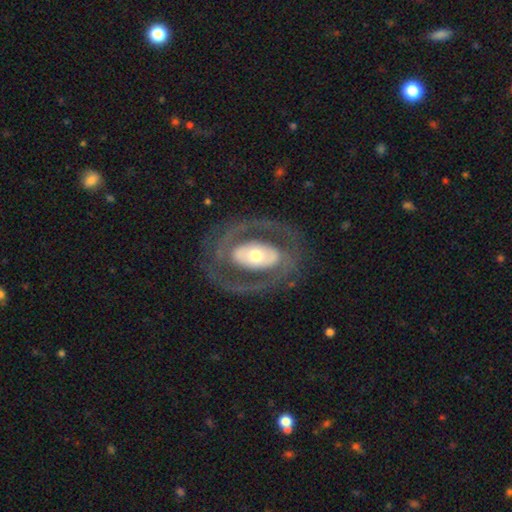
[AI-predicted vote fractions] A featured or disk galaxy (79%) with no bar (48%), spiral arms (62%) and a moderate central bulge (60%). Merging: none (76%).